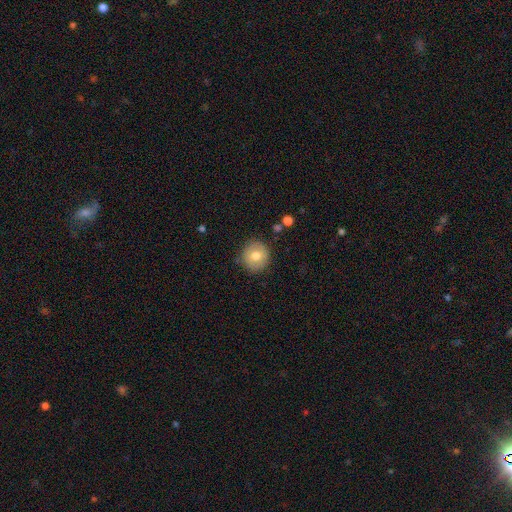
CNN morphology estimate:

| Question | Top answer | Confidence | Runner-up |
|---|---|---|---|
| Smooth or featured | smooth | 73% | featured or disk (18%) |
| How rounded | round | 92% | in between (7%) |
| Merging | none | 87% | minor disturbance (9%) |